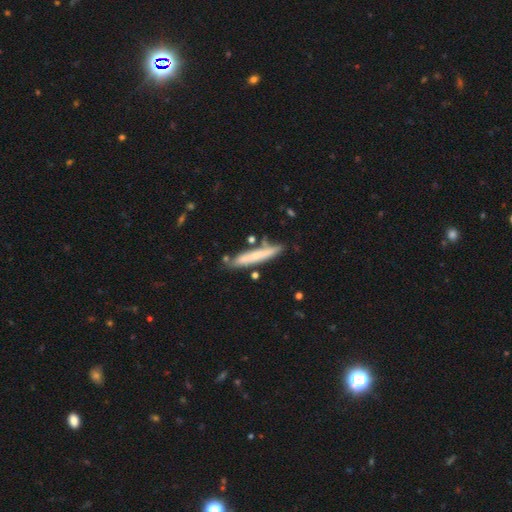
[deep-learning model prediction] Morphology: type=smooth (61%); roundness=cigar-shaped (92%); merging=none (77%).